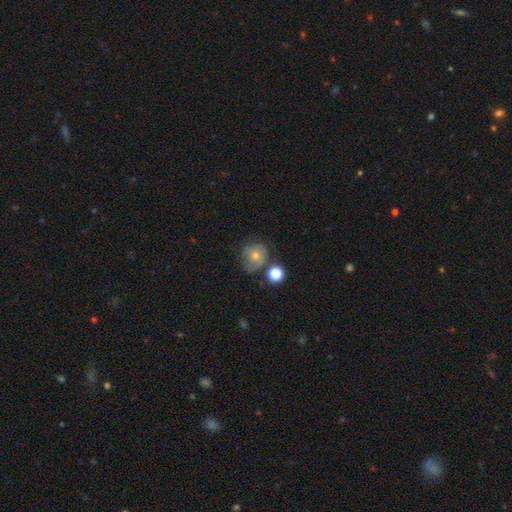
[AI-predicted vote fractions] Smooth or featured: smooth — 58% (featured or disk — 31%)
How rounded: round — 75% (in between — 24%)
Merging: none — 48% (minor disturbance — 27%)